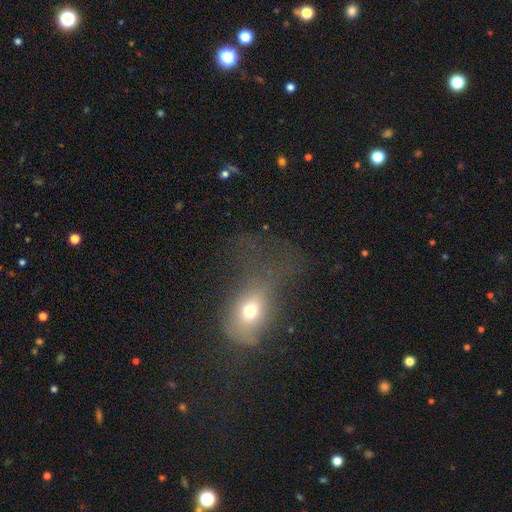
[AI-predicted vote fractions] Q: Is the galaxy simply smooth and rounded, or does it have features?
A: smooth — 54%.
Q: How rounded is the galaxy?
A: in between — 61%.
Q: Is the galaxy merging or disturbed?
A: major disturbance — 39%.